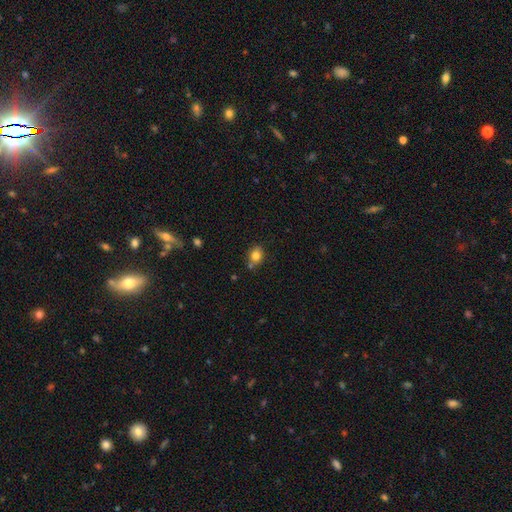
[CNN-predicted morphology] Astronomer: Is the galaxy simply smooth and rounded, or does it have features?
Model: smooth — 81%.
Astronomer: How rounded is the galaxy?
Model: round — 55% (runner-up: in between, 44%).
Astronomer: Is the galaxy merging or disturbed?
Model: none — 68%.